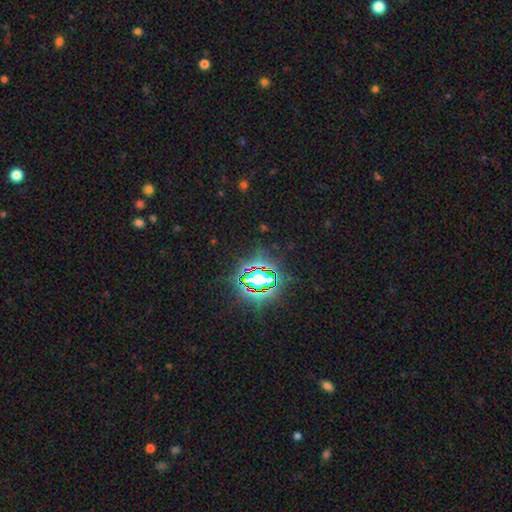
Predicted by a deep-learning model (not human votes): star or artifact 82%, smooth 10%, featured or disk 8%.